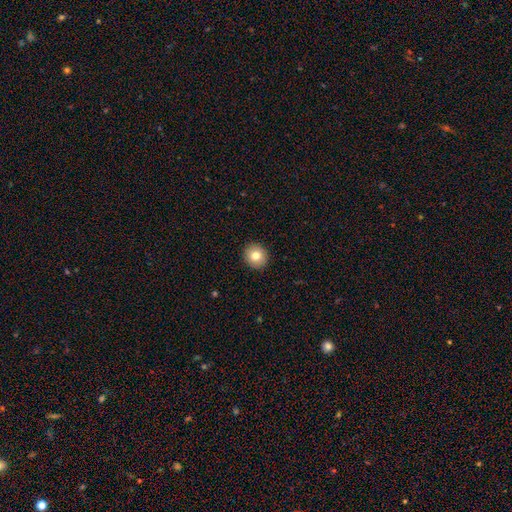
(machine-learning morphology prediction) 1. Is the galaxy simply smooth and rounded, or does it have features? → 79% smooth, 11% featured or disk, 9% star or artifact.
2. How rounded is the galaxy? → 91% round, 8% in between, 1% cigar-shaped.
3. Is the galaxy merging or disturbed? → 93% none, 5% minor disturbance, 2% major disturbance, 1% merger.